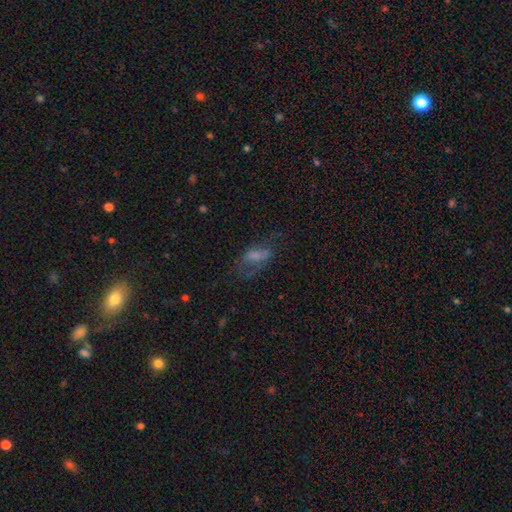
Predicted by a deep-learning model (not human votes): A smooth galaxy with no disk features (41%). Merging: none (46%).